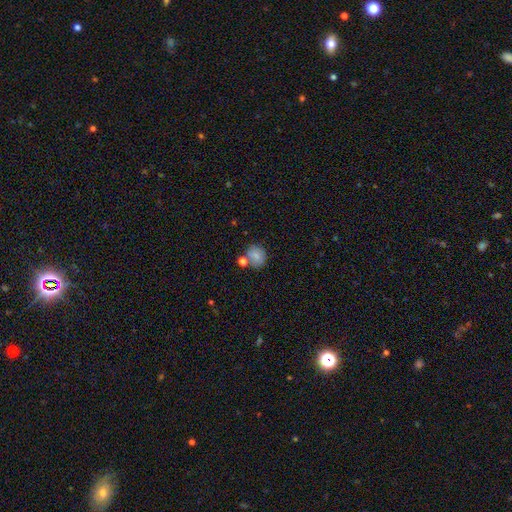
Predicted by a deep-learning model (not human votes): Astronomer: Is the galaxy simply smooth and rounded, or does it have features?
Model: smooth — 80%.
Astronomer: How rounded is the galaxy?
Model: round — 81%.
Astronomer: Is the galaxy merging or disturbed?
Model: none — 61%.